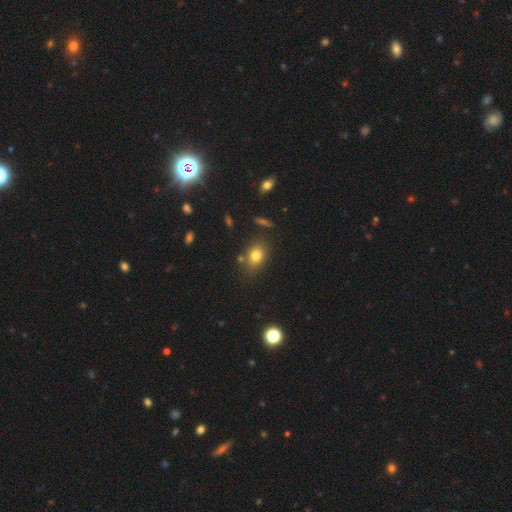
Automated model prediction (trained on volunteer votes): Overall: smooth (78%). How rounded: in between (66%; round 33%). Merging: none (77%).